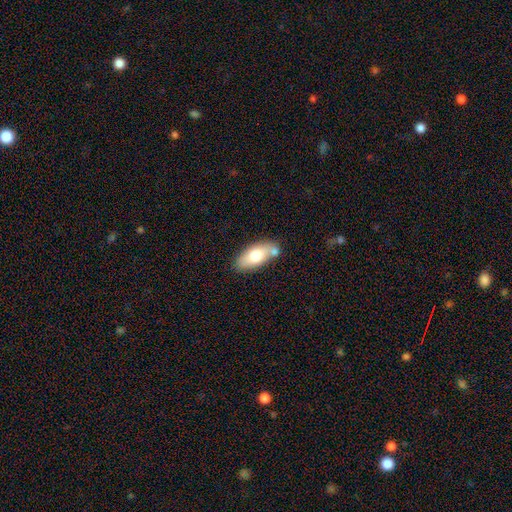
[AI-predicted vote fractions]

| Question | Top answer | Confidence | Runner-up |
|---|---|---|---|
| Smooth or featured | smooth | 71% | featured or disk (23%) |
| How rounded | in between | 88% | cigar-shaped (9%) |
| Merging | none | 65% | minor disturbance (16%) |